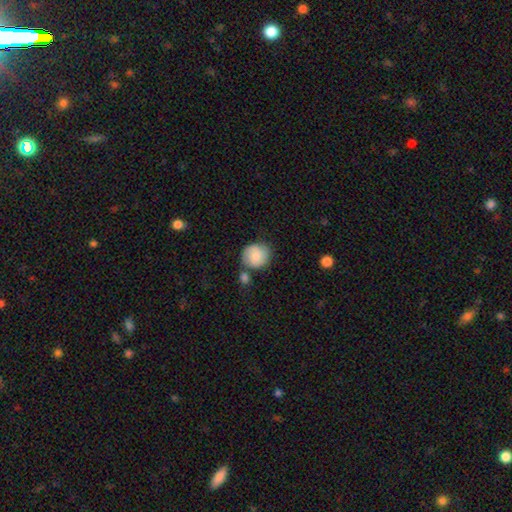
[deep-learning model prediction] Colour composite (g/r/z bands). It shows a smooth galaxy with no disk features (76%) that is round (86%). Merging: none (61%).